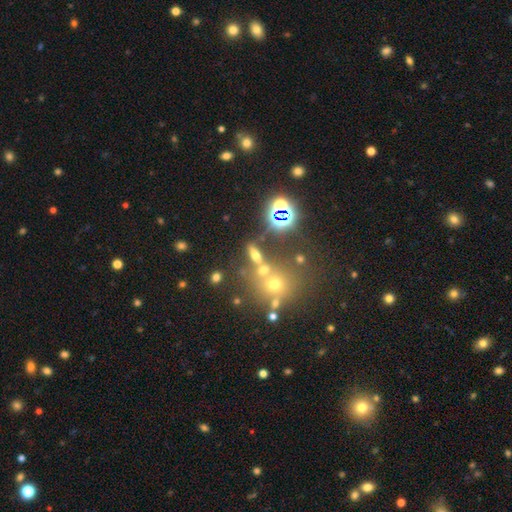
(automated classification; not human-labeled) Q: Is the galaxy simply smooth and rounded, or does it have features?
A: smooth — 51%.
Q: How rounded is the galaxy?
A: in between — 52%.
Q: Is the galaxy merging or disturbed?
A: none — 57%.